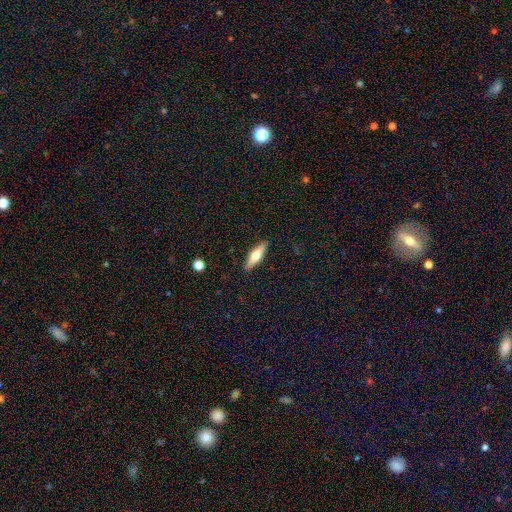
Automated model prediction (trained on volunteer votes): Morphology: type=featured or disk (48%); merging=none (89%).